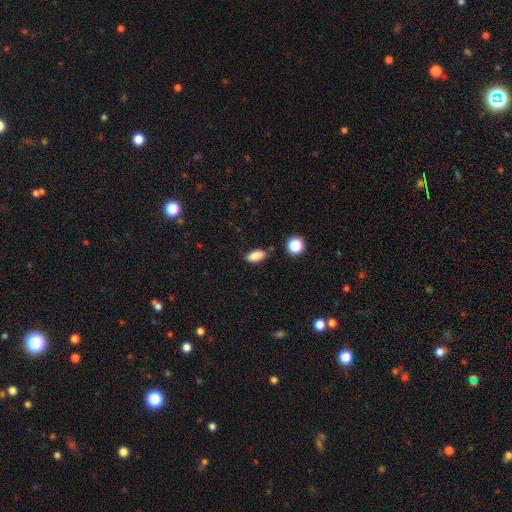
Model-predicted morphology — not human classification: Q: Smooth or featured?
A: smooth (86%); runner-up: star or artifact (9%)
Q: How rounded?
A: in between (86%); runner-up: cigar-shaped (9%)
Q: Merging?
A: none (84%); runner-up: minor disturbance (11%)